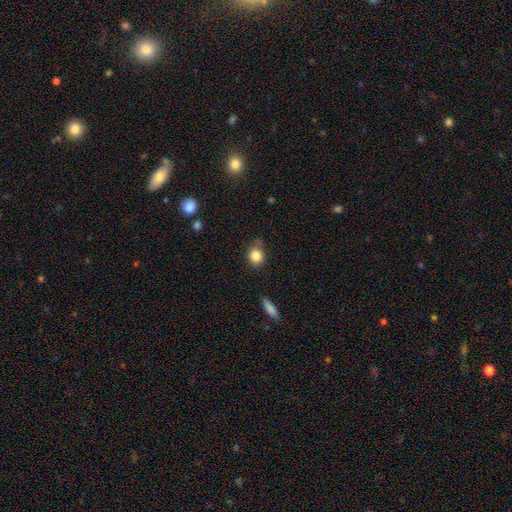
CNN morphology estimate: smooth-or-featured: smooth: 84% | star or artifact: 10% | featured or disk: 6%
  how-rounded: round: 77% | in between: 22% | cigar-shaped: 1%
  merging: none: 70% | minor disturbance: 21% | merger: 5% | major disturbance: 4%